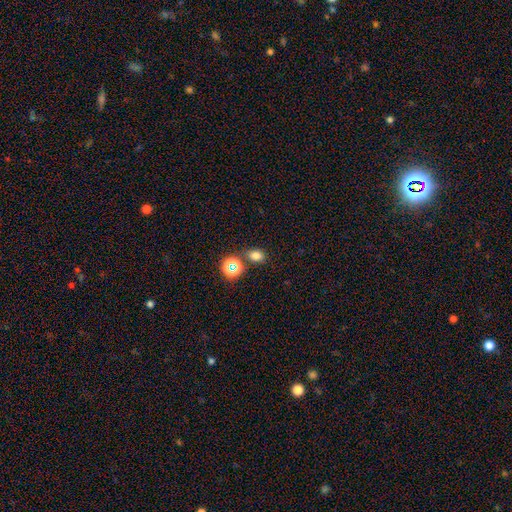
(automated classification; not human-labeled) smooth_or_featured: smooth (p=0.73) [alt: star or artifact p=0.20]
how_rounded: in between (p=0.58) [alt: round p=0.41]
merging: none (p=0.77) [alt: merger p=0.10]